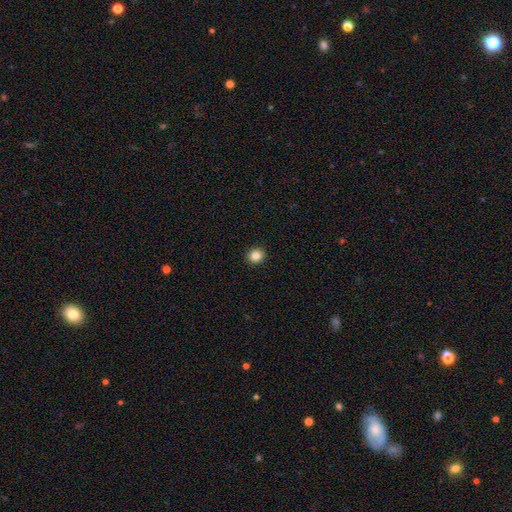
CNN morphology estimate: A smooth galaxy with no disk features (84%) that is round (80%).

Vote fractions:
- Smooth or featured? smooth: 84% / star or artifact: 11% / featured or disk: 5%
- How rounded? round: 80% / in between: 19% / cigar-shaped: 1%
- Merging? none: 93% / minor disturbance: 5% / major disturbance: 1% / merger: 1%